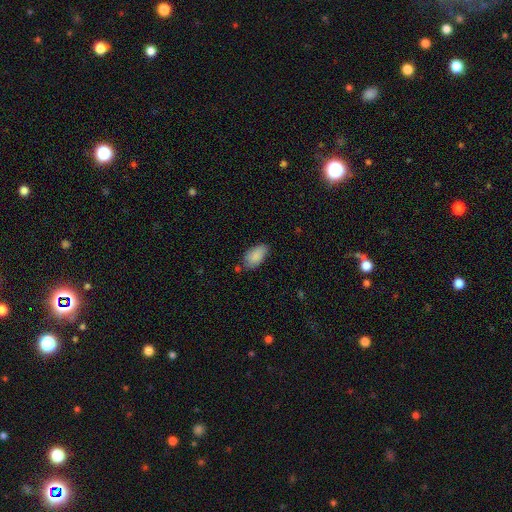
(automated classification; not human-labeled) Smooth or featured? Predicted: smooth (p=0.87). How rounded? Predicted: in between (p=0.94). Merging? Predicted: none (p=0.69).